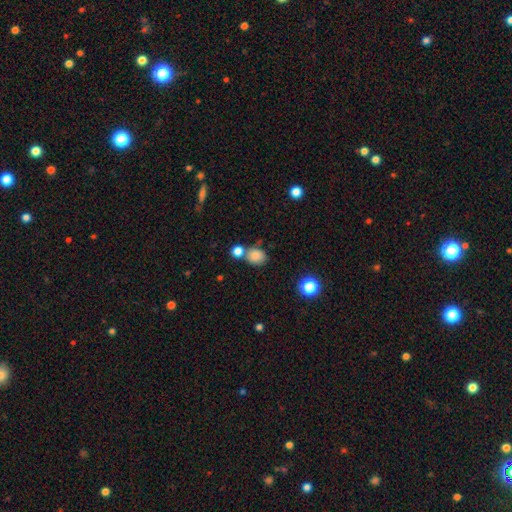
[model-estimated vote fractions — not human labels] Overall: smooth (82%). How rounded: round (54%; in between 45%). Merging: none (59%; merger 22%).